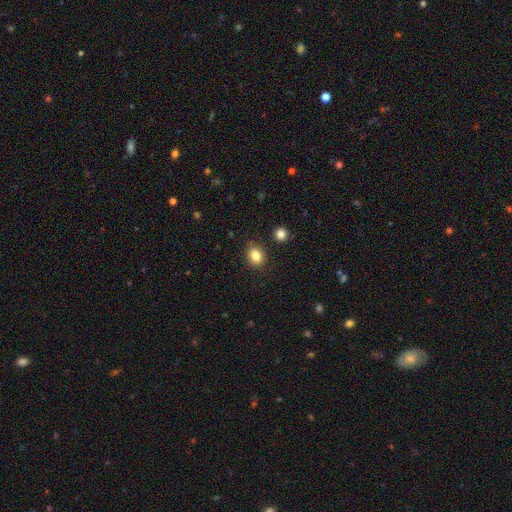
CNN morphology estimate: Smooth or featured? Predicted: smooth (p=0.84). How rounded? Predicted: in between (p=0.53). Merging? Predicted: none (p=0.83).